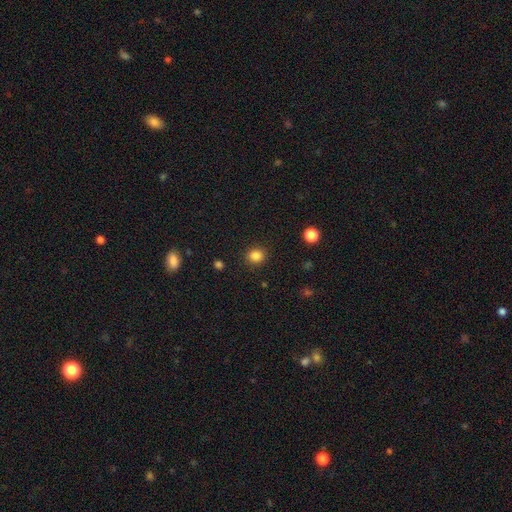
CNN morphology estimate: A smooth galaxy with no disk features (84%) that is round (81%). Merging: none (90%).